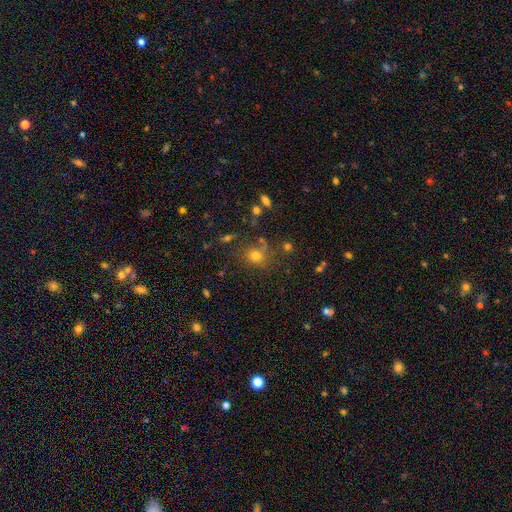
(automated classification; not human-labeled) smooth_or_featured: smooth (p=0.72) [alt: star or artifact p=0.18]
how_rounded: round (p=0.79) [alt: in between p=0.19]
merging: none (p=0.67) [alt: minor disturbance p=0.15]